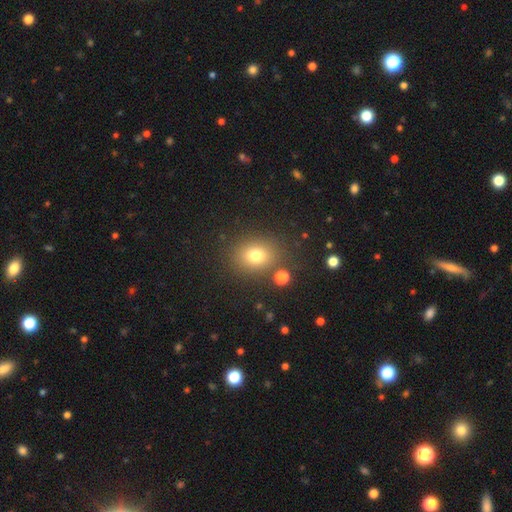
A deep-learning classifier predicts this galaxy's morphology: smooth_or_featured: smooth (p=0.76) [alt: star or artifact p=0.15]
how_rounded: round (p=0.59) [alt: in between p=0.40]
merging: none (p=0.81) [alt: minor disturbance p=0.10]